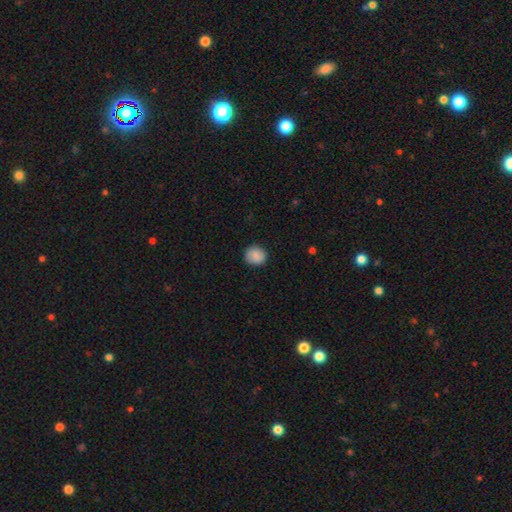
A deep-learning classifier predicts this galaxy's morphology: This is clearly a smooth galaxy (86%). How rounded: clearly round (88%). Merging: clearly none (89%).